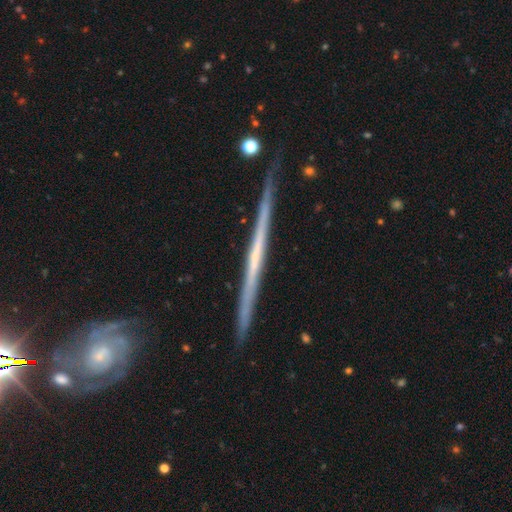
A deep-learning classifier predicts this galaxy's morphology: A featured or disk galaxy (77%) viewed edge-on (97%) with no central bulge (85%).

Vote fractions:
- Smooth or featured? featured or disk: 77% / smooth: 18% / star or artifact: 5%
- Edge-on disk? yes: 97% / no: 3%
- Edge-on bulge? none: 85% / rounded: 11% / boxy: 4%
- Merging? none: 86% / minor disturbance: 10% / major disturbance: 2% / merger: 2%